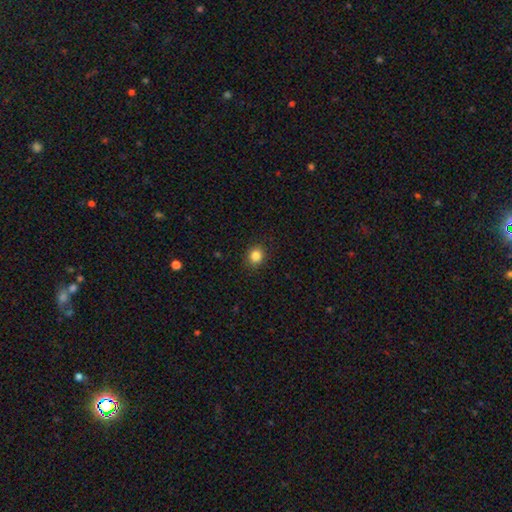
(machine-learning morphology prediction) This appears to be a smooth galaxy with no disk features (84%) that is round (81%). Merging: none (91%).